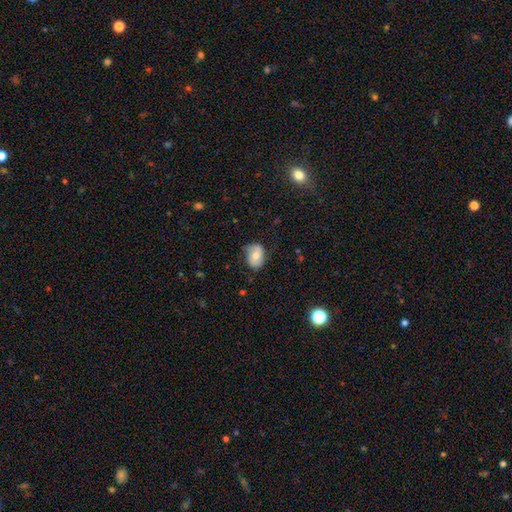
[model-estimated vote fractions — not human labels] A smooth galaxy with no disk features (63%) that is in between round and cigar-shaped (71%). Merging: none (66%).